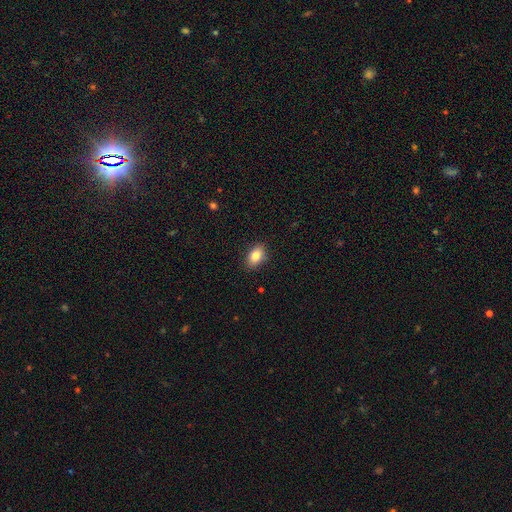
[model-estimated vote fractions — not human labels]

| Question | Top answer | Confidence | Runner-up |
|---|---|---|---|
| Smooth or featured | smooth | 84% | star or artifact (8%) |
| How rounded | in between | 86% | round (12%) |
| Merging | none | 88% | minor disturbance (9%) |